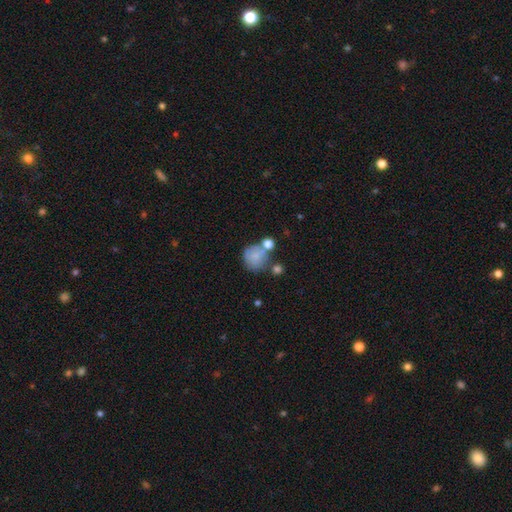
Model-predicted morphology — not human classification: A smooth galaxy with no disk features (77%) that is round (80%).

Vote fractions:
- Smooth or featured? smooth: 77% / featured or disk: 13% / star or artifact: 10%
- How rounded? round: 80% / in between: 19% / cigar-shaped: 1%
- Merging? none: 48% / merger: 23% / minor disturbance: 18% / major disturbance: 11%